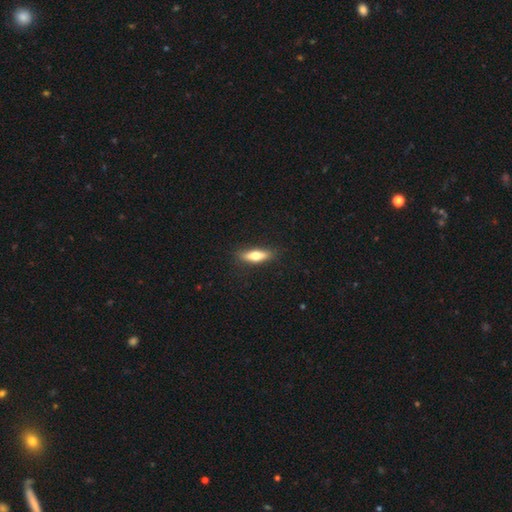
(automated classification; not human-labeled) Smooth or featured? smooth (67%)
How rounded? cigar-shaped (58%)
Merging? none (87%)